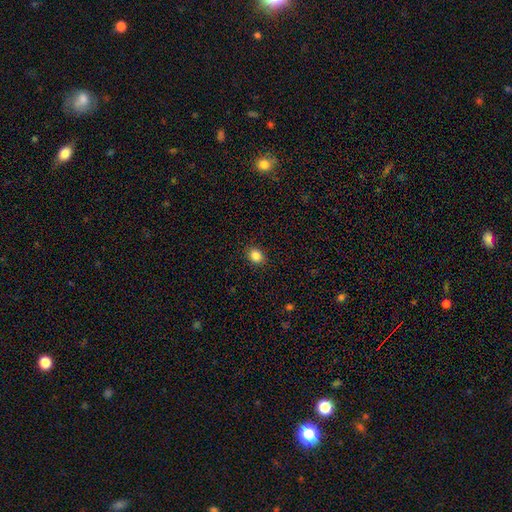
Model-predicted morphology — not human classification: Q: Smooth or featured?
A: smooth (85%); runner-up: star or artifact (10%)
Q: How rounded?
A: in between (52%); runner-up: round (47%)
Q: Merging?
A: none (90%); runner-up: minor disturbance (7%)